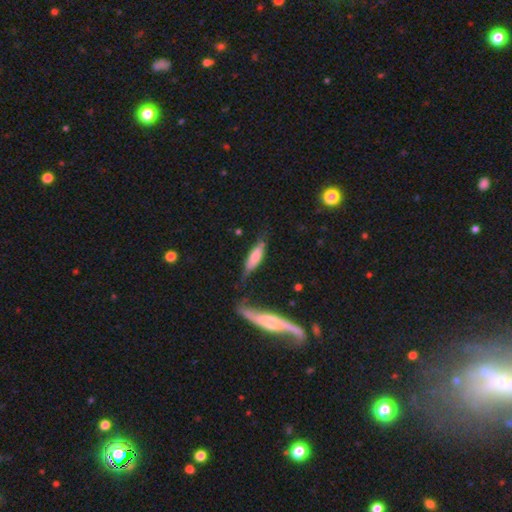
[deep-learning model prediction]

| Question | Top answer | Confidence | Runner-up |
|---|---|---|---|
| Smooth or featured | smooth | 61% | featured or disk (33%) |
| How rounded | cigar-shaped | 63% | in between (34%) |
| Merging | none | 56% | minor disturbance (26%) |